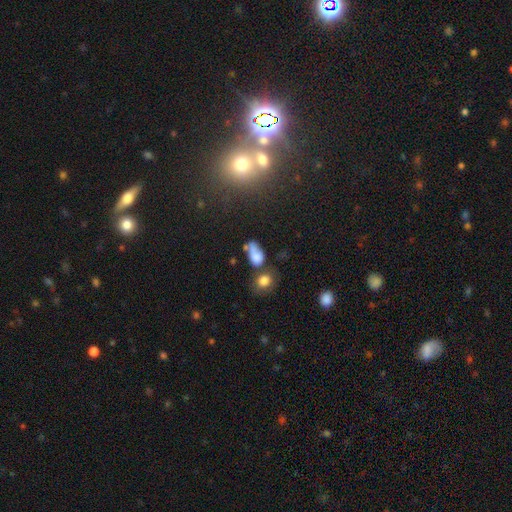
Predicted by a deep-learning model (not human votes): Q: Smooth or featured?
A: smooth (72%); runner-up: featured or disk (16%)
Q: How rounded?
A: in between (81%); runner-up: round (15%)
Q: Merging?
A: merger (35%); runner-up: none (28%)